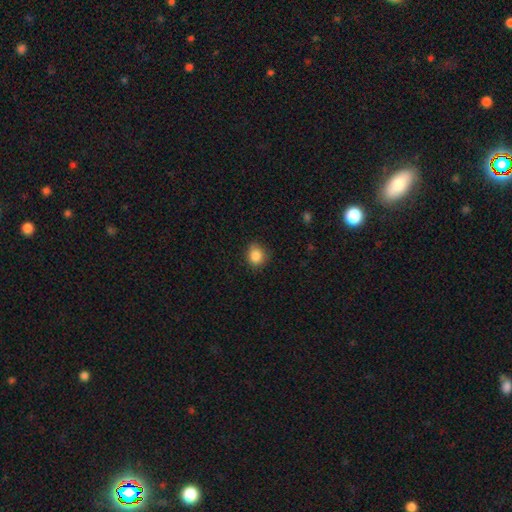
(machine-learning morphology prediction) Smooth or featured? Predicted: smooth (p=0.87). How rounded? Predicted: round (p=0.69). Merging? Predicted: none (p=0.79).